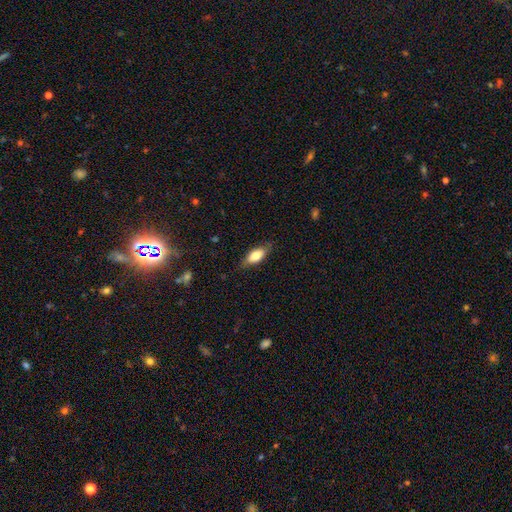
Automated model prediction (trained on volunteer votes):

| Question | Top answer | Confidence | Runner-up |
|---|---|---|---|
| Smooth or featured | smooth | 72% | featured or disk (22%) |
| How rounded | in between | 78% | cigar-shaped (19%) |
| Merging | none | 77% | minor disturbance (17%) |